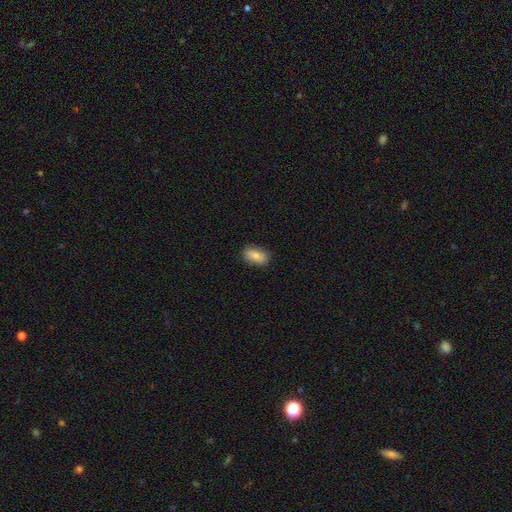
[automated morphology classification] Smooth or featured? smooth (81%)
How rounded? in between (90%)
Merging? none (84%)